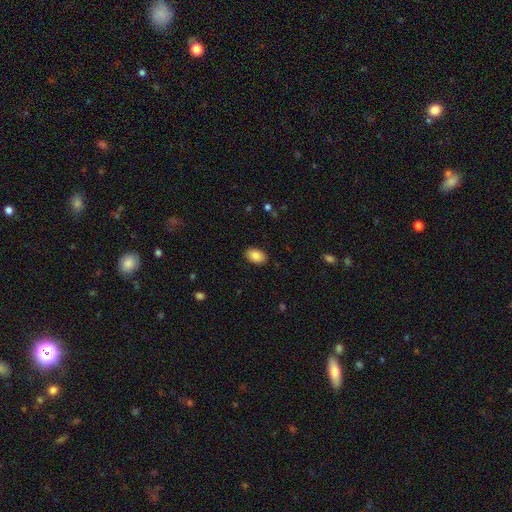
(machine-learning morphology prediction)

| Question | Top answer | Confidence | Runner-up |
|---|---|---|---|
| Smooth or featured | smooth | 87% | star or artifact (7%) |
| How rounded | in between | 90% | round (9%) |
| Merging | none | 88% | minor disturbance (9%) |